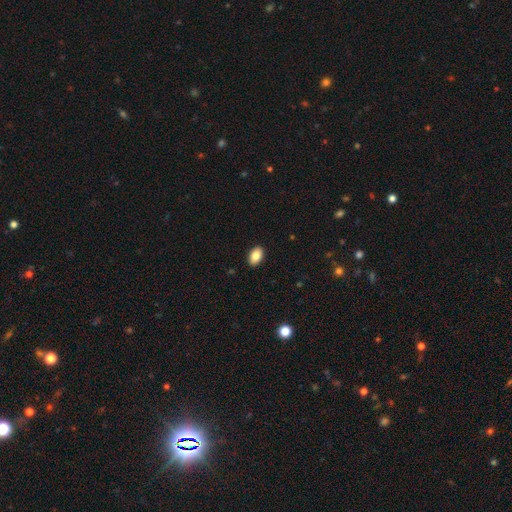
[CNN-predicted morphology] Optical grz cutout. It shows a smooth galaxy with no disk features (87%) that is in between round and cigar-shaped (91%). Merging: none (91%).